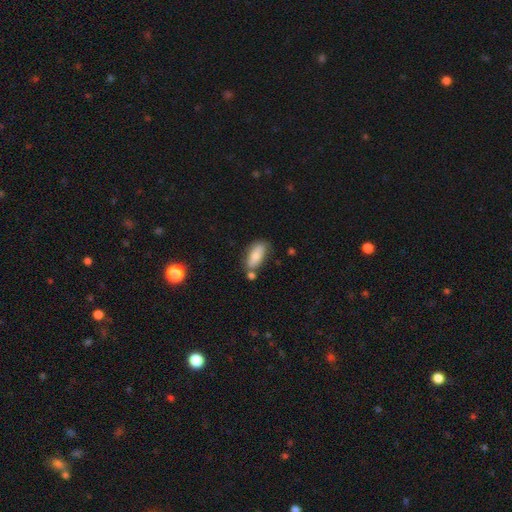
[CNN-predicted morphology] A smooth galaxy with no disk features (77%) that is in between round and cigar-shaped (82%).

Vote fractions:
- Smooth or featured? smooth: 77% / featured or disk: 16% / star or artifact: 7%
- How rounded? in between: 82% / cigar-shaped: 15% / round: 3%
- Merging? none: 63% / minor disturbance: 19% / merger: 13% / major disturbance: 5%